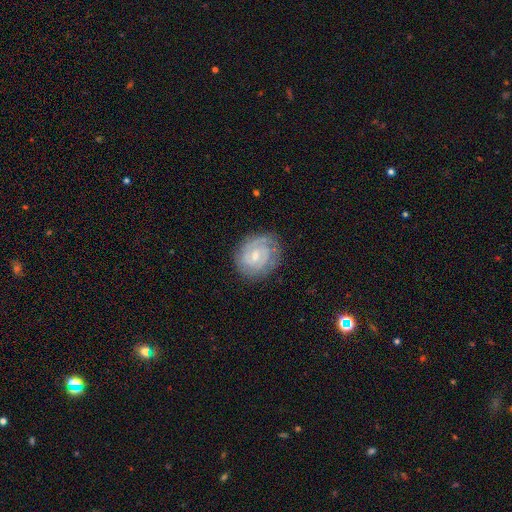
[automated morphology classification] Smooth or featured?
  - featured or disk: 81% *
  - smooth: 14%
  - star or artifact: 6%
Edge-on disk?
  - no: 98% *
  - yes: 2%
Bar?
  - weak: 52% *
  - no: 38%
  - strong: 10%
Spiral arms?
  - yes: 94% *
  - no: 6%
Spiral winding?
  - tight: 69% *
  - medium: 25%
  - loose: 5%
Spiral arm count?
  - 2: 57% *
  - can't tell: 21%
  - 3: 11%
  - 1: 5%
  - 4: 3%
  - more than 4: 3%
Bulge size?
  - small: 59% *
  - moderate: 33%
  - none: 5%
  - large: 2%
  - dominant: 1%
Merging?
  - none: 77% *
  - minor disturbance: 16%
  - major disturbance: 6%
  - merger: 1%